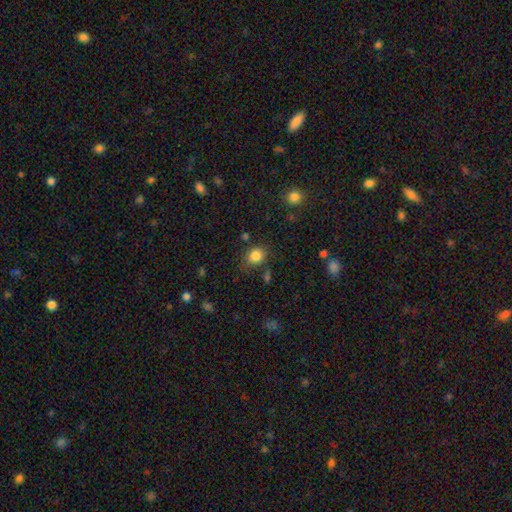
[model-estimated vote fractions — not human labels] Q: Smooth or featured?
A: smooth (84%); runner-up: star or artifact (11%)
Q: How rounded?
A: round (74%); runner-up: in between (25%)
Q: Merging?
A: none (75%); runner-up: minor disturbance (15%)